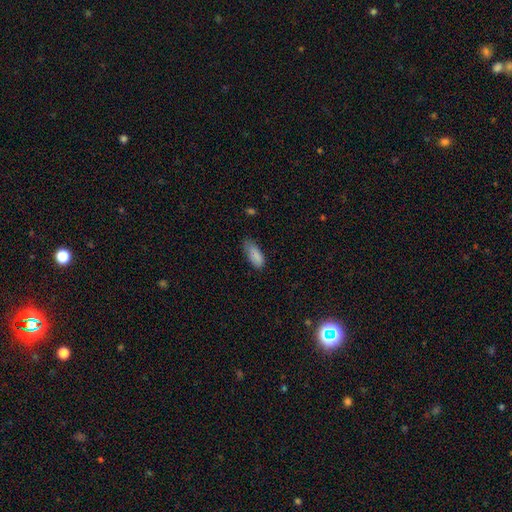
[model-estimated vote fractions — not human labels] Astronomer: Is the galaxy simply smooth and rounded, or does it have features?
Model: smooth — 86%.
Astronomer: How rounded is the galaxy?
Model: in between — 84%.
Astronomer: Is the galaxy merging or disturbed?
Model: none — 51% (runner-up: minor disturbance, 38%).